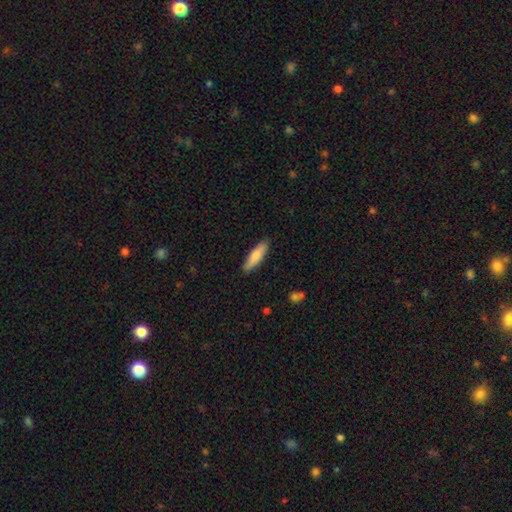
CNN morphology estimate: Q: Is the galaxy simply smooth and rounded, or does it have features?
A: smooth — 79%.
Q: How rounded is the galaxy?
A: cigar-shaped — 65%.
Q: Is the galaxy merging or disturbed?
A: none — 87%.